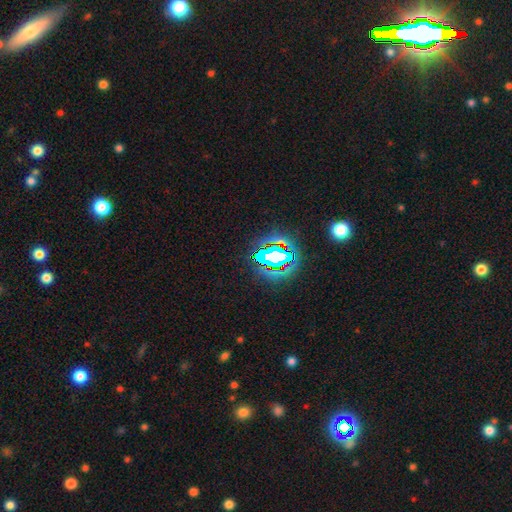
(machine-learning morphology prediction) A star or artifact, not a galaxy (80%).